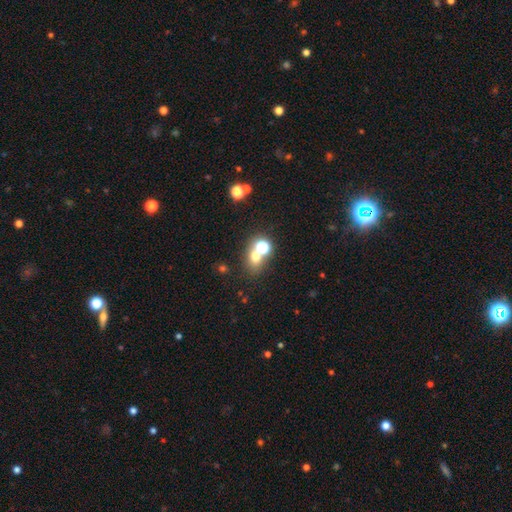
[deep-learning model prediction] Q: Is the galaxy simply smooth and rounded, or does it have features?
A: smooth — 62%.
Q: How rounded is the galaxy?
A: round — 61%.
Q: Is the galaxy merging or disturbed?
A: none — 49%.